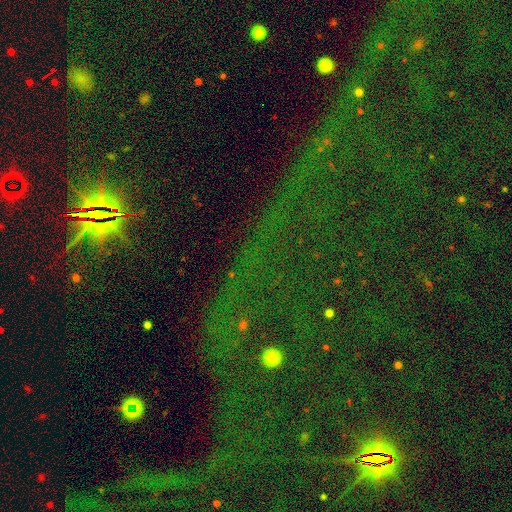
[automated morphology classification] Smooth or featured? Predicted: star or artifact (p=0.84).